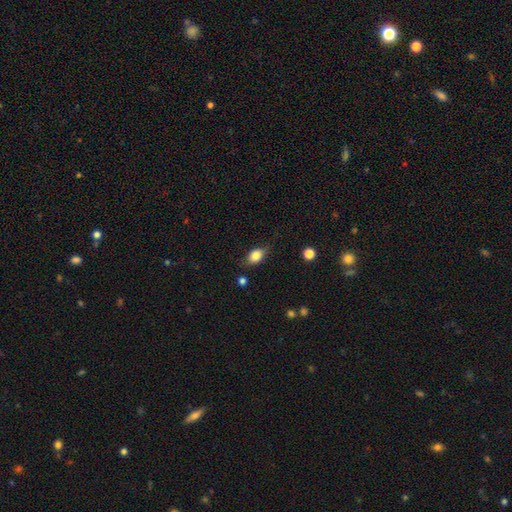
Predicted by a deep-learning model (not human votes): A smooth galaxy with no disk features (80%) that is in between round and cigar-shaped (78%).

Vote fractions:
- Smooth or featured? smooth: 80% / featured or disk: 12% / star or artifact: 8%
- How rounded? in between: 78% / round: 18% / cigar-shaped: 3%
- Merging? none: 74% / minor disturbance: 20% / major disturbance: 4% / merger: 2%